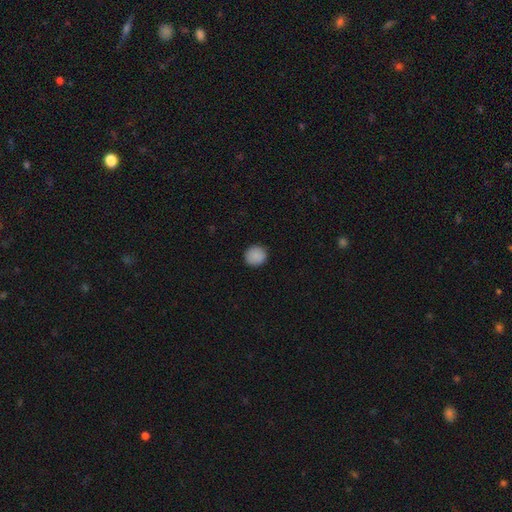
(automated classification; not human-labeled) Smooth or featured? Predicted: smooth (p=0.89). How rounded? Predicted: round (p=0.90). Merging? Predicted: none (p=0.91).